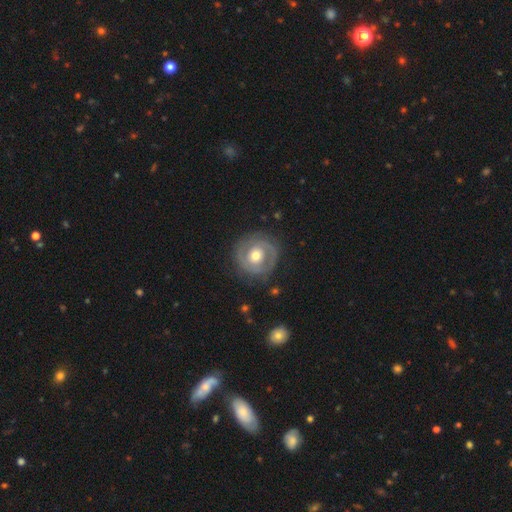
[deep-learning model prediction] Overall: featured or disk (71%). Edge-on disk: no (97%). Bar: no (71%). Spiral arms: yes (73%). Spiral arm count: 2 (68%). Spiral winding: tight (62%; medium 28%). Bulge size: moderate (75%). Merging: none (82%).